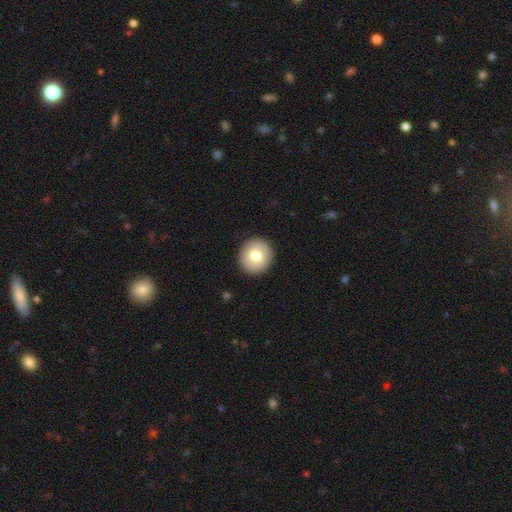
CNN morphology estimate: This appears to be a smooth galaxy with no disk features (75%) that is round (93%). Merging: none (92%).